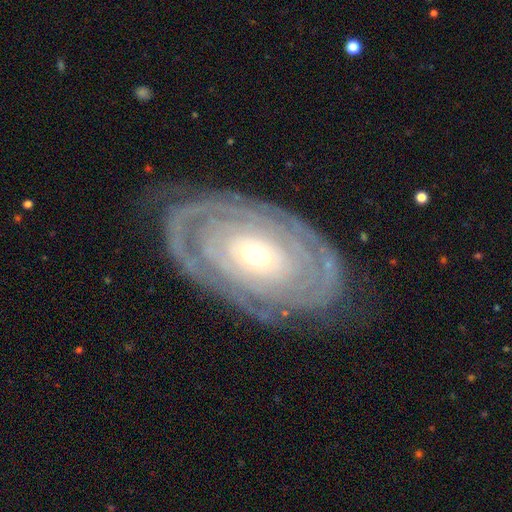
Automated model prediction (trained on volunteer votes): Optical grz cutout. It shows a featured or disk galaxy (85%) with no bar (78%), tight (85%) spiral arms (89%) and a moderate central bulge (58%). Merging: none (78%).